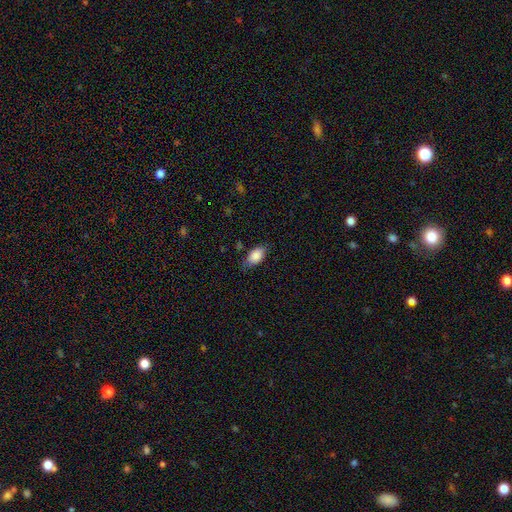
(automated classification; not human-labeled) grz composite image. It shows a smooth galaxy with no disk features (86%) that is in between round and cigar-shaped (90%). Merging: none (70%).